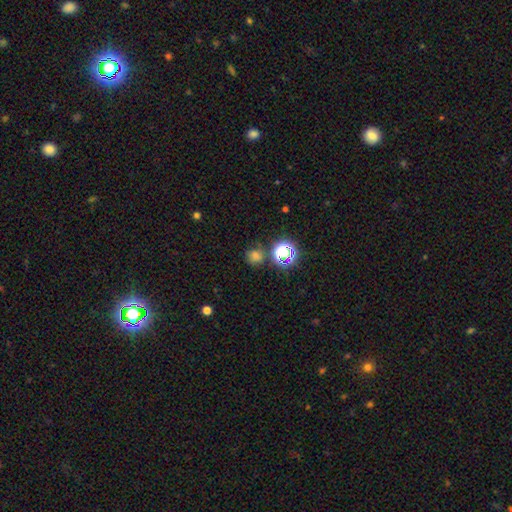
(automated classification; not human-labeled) smooth_or_featured: smooth (p=0.57) [alt: star or artifact p=0.36]
how_rounded: round (p=0.87) [alt: in between p=0.12]
merging: none (p=0.77) [alt: minor disturbance p=0.10]